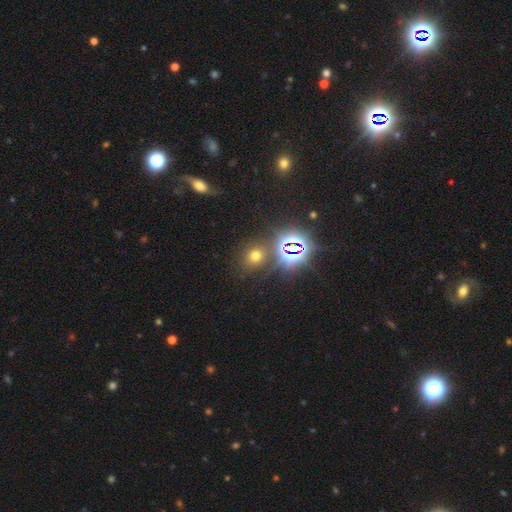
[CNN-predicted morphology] A smooth galaxy with no disk features (52%) that is round (70%). Merging: none (77%).